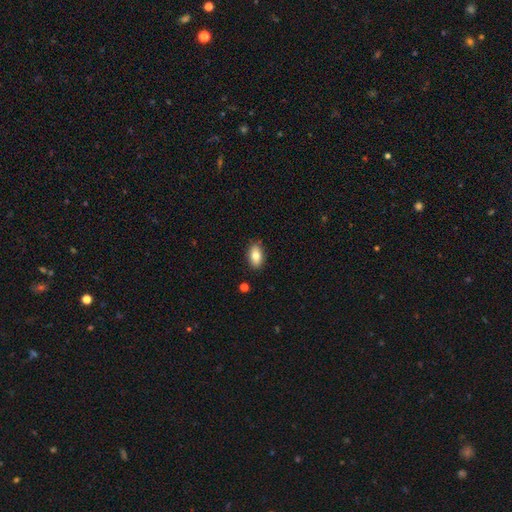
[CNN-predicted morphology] smooth 80%, featured or disk 13%, star or artifact 7%. Down the decision tree: how rounded — in between (90%); merging — none (87%).